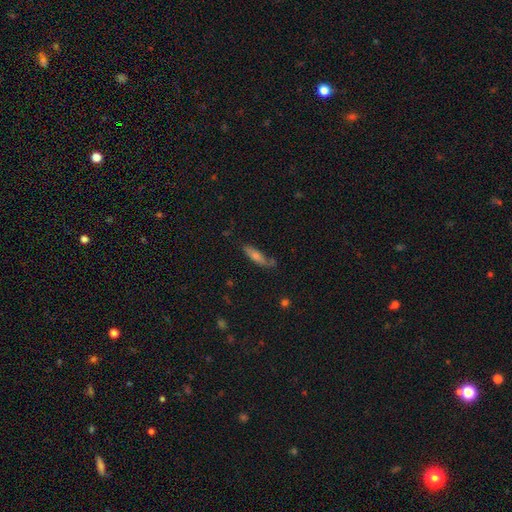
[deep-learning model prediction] Smooth or featured?
  - smooth: 62% *
  - featured or disk: 29%
  - star or artifact: 10%
How rounded?
  - cigar-shaped: 68% *
  - in between: 30%
  - round: 2%
Merging?
  - none: 67% *
  - minor disturbance: 21%
  - merger: 6%
  - major disturbance: 6%